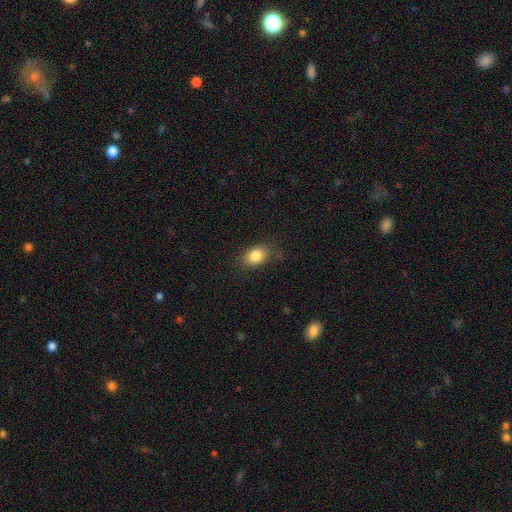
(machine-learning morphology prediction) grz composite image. It shows a smooth galaxy with no disk features (84%) that is in between round and cigar-shaped (75%). Merging: none (77%).